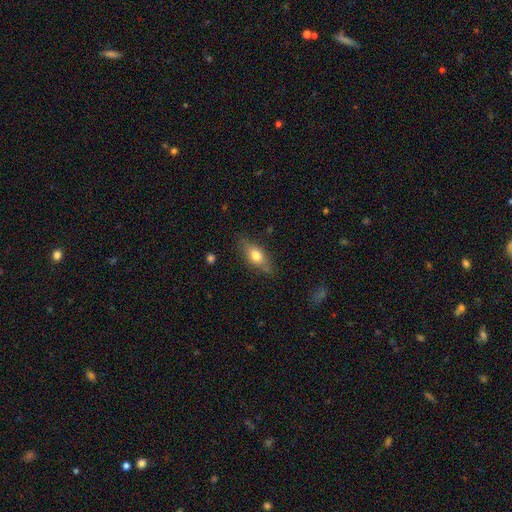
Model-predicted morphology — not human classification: Overall: smooth (64%; featured or disk 29%). How rounded: in between (70%). Merging: none (80%).